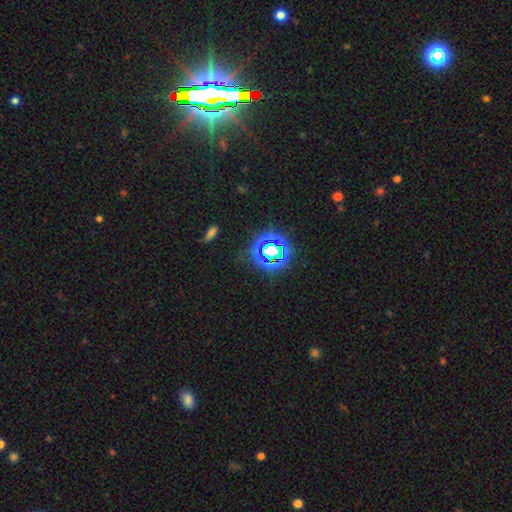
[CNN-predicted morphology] Q: Smooth or featured?
A: star or artifact (79%); runner-up: smooth (13%)